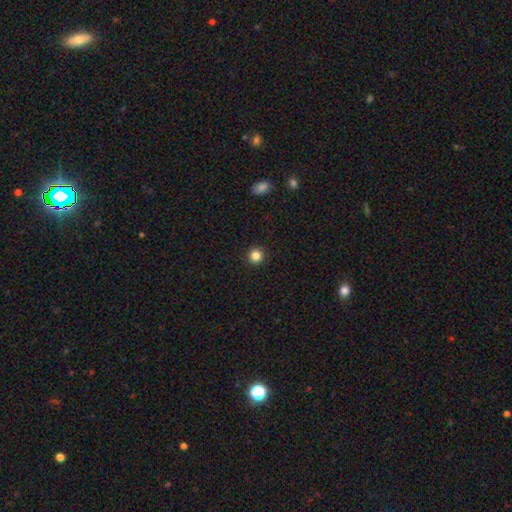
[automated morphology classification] Overall: smooth (85%). How rounded: round (95%). Merging: none (93%).